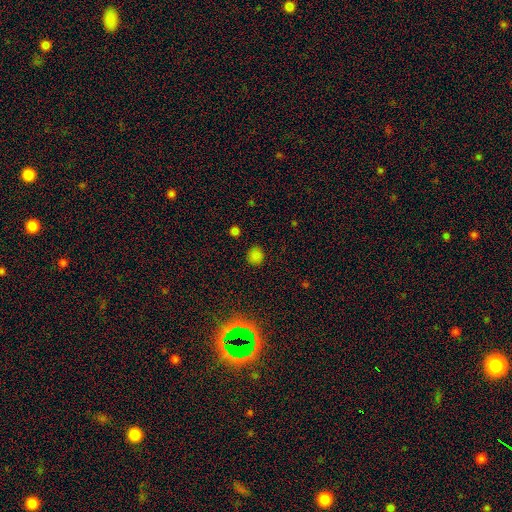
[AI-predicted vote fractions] A smooth galaxy with no disk features (78%) that is round (87%).

Vote fractions:
- Smooth or featured? smooth: 78% / star or artifact: 18% / featured or disk: 4%
- How rounded? round: 87% / in between: 12% / cigar-shaped: 1%
- Merging? none: 88% / minor disturbance: 8% / major disturbance: 3% / merger: 1%